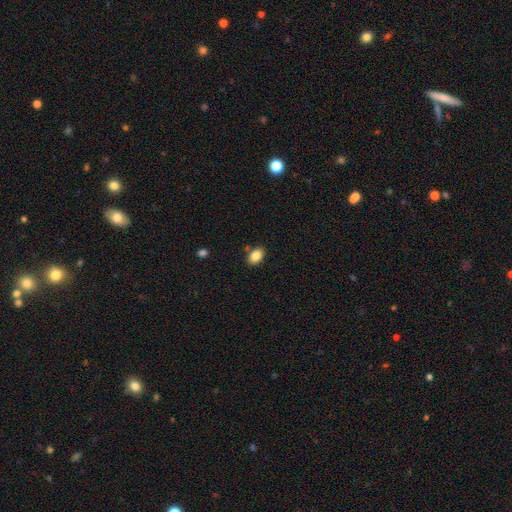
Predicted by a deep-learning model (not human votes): A smooth galaxy with no disk features (87%) that is in between round and cigar-shaped (85%). Merging: none (83%).